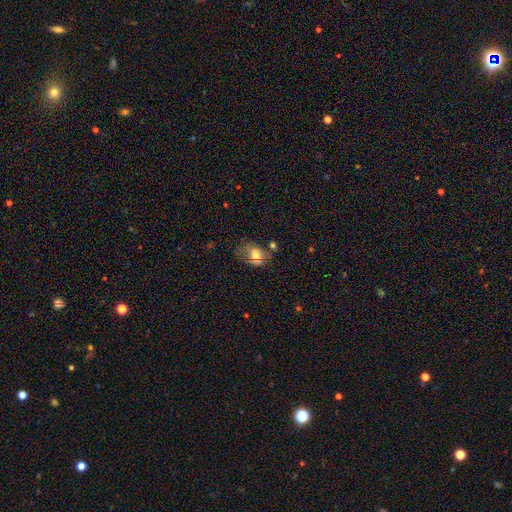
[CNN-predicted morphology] smooth 58%, featured or disk 27%, star or artifact 15%. Down the decision tree: how rounded — in between (71%); merging — none (47%).